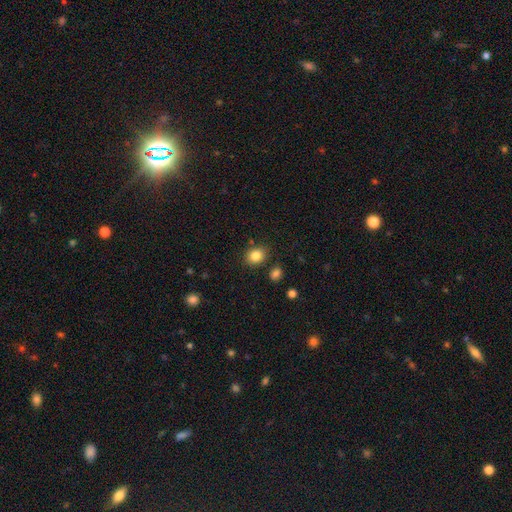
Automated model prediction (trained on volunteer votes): Smooth or featured?
  - smooth: 84% *
  - star or artifact: 10%
  - featured or disk: 6%
How rounded?
  - round: 55% *
  - in between: 44%
  - cigar-shaped: 1%
Merging?
  - none: 82% *
  - minor disturbance: 11%
  - merger: 4%
  - major disturbance: 3%